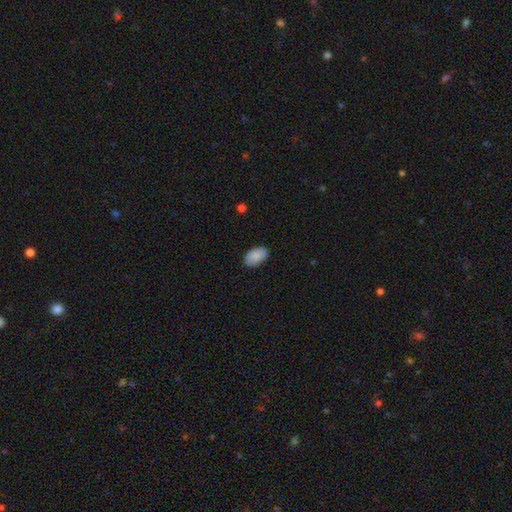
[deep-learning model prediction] Smooth or featured: smooth — 89% (star or artifact — 6%)
How rounded: in between — 94% (round — 5%)
Merging: none — 85% (minor disturbance — 12%)